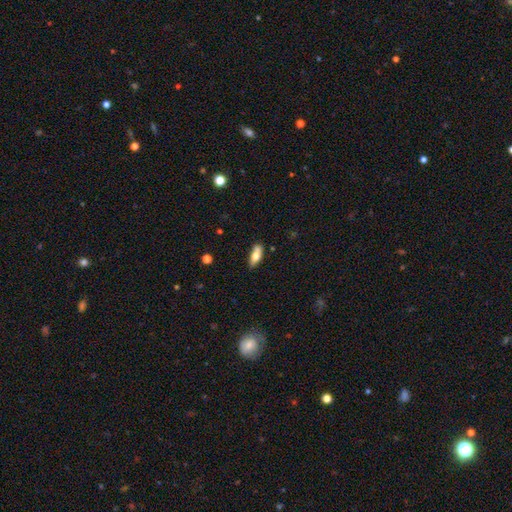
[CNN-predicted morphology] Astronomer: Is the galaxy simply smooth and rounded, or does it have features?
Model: smooth — 65%.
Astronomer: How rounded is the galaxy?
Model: in between — 73%.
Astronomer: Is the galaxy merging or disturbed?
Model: none — 68%.